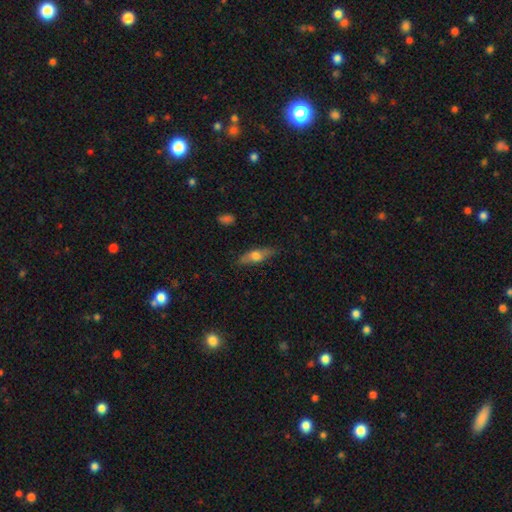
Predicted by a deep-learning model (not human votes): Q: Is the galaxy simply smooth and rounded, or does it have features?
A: smooth — 55%.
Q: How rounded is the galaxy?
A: in between — 50%.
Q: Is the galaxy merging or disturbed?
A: none — 83%.